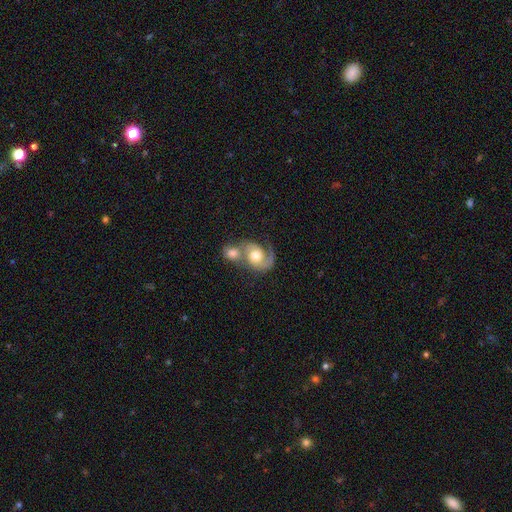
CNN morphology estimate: A featured or disk galaxy (69%) with no bar (75%), 2 (49%) medium (44%) spiral arms (89%) and a moderate central bulge (68%). Merging: merger (64%).